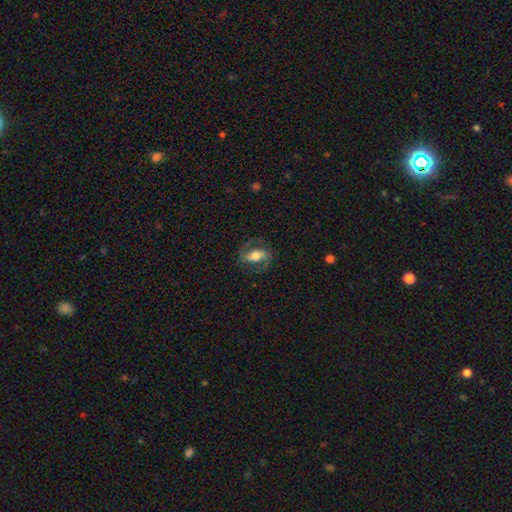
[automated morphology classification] Smooth or featured?
  - featured or disk: 63% *
  - smooth: 30%
  - star or artifact: 7%
Edge-on disk?
  - no: 94% *
  - yes: 6%
Bar?
  - strong: 34% * (tied)
  - weak: 34% * (tied)
  - no: 32%
Spiral arms?
  - yes: 83% *
  - no: 17%
Bulge size?
  - moderate: 59% *
  - large: 26%
  - small: 11%
  - dominant: 3%
  - none: 2%
Merging?
  - none: 73% *
  - minor disturbance: 15%
  - major disturbance: 11%
  - merger: 1%